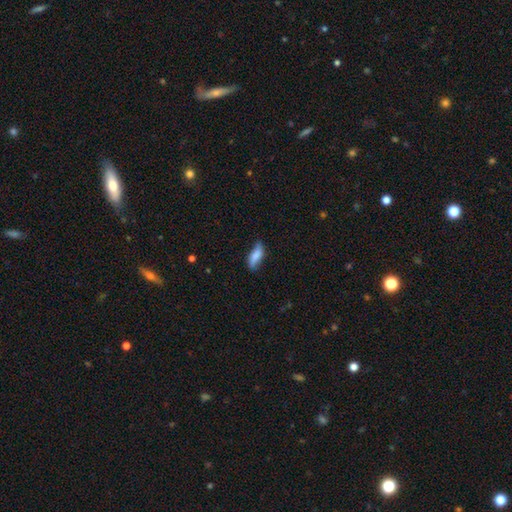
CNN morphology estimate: Overall: smooth (78%). How rounded: in between (69%). Merging: none (68%).